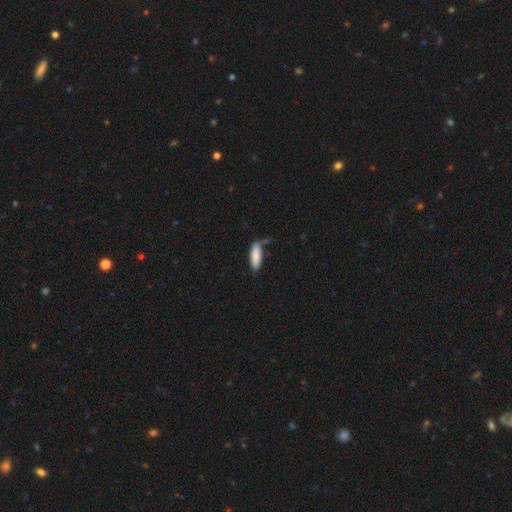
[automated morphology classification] Smooth or featured: smooth — 86% (featured or disk — 8%)
How rounded: in between — 66% (cigar-shaped — 32%)
Merging: none — 51% (minor disturbance — 28%)